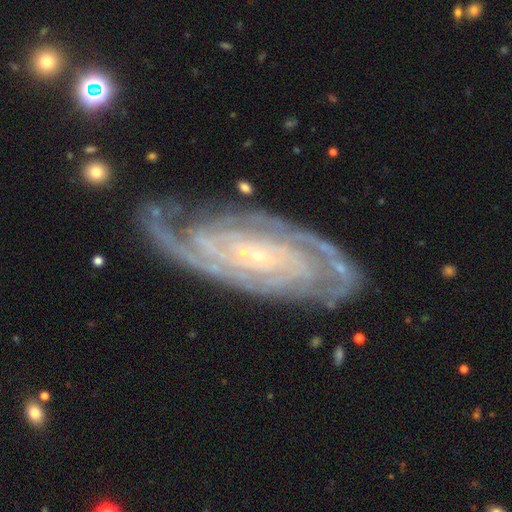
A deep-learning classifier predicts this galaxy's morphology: smooth_or_featured: featured or disk (p=0.92) [alt: star or artifact p=0.05]
disk_edge_on: no (p=0.95) [alt: yes p=0.05]
bar: no (p=0.54) [alt: weak p=0.29]
has_spiral_arms: yes (p=0.98) [alt: no p=0.02]
spiral_winding: tight (p=0.75) [alt: medium p=0.22]
spiral_arm_count: 2 (p=0.41) [alt: 3 p=0.19]
bulge_size: small (p=0.85) [alt: moderate p=0.10]
merging: none (p=0.78) [alt: minor disturbance p=0.15]